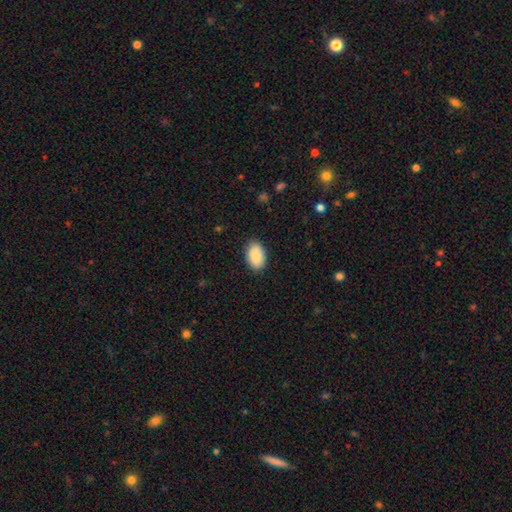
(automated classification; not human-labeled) A smooth galaxy with no disk features (89%) that is in between round and cigar-shaped (92%). Merging: none (86%).